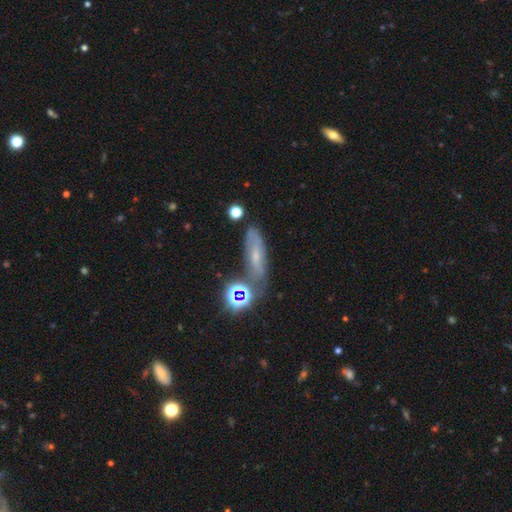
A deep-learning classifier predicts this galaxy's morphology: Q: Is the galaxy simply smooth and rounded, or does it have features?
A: featured or disk — 38%.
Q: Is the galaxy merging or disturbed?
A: none — 61%.